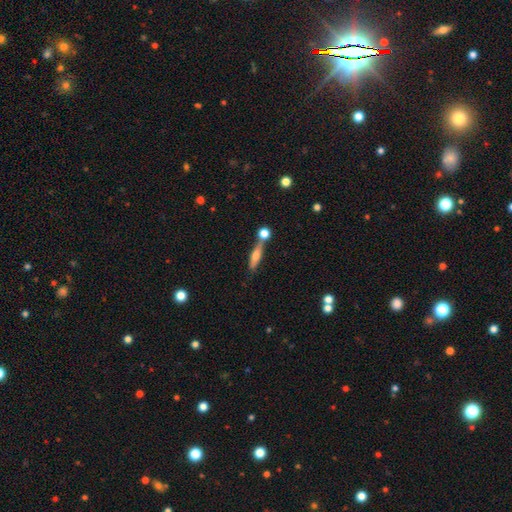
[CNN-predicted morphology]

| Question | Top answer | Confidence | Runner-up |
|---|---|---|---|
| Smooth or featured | smooth | 50% | featured or disk (42%) |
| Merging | none | 58% | merger (26%) |